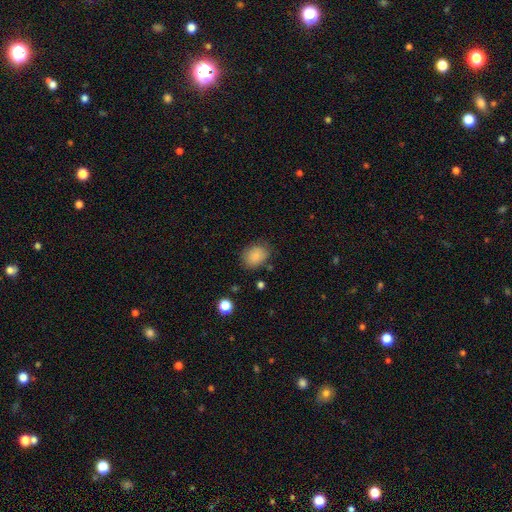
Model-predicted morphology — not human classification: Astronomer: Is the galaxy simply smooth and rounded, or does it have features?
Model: smooth — 86%.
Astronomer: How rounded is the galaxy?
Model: in between — 61% (runner-up: round, 38%).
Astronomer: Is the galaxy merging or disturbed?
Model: none — 76%.